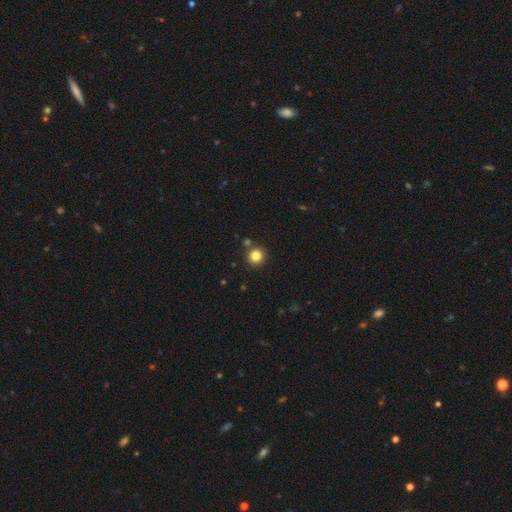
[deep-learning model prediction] This appears to be a smooth galaxy with no disk features (83%) that is round (95%). Merging: none (86%).